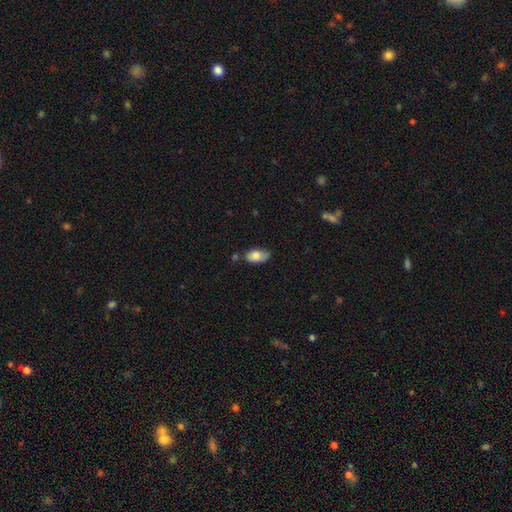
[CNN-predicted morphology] Smooth or featured? smooth (78%)
How rounded? in between (92%)
Merging? none (56%)